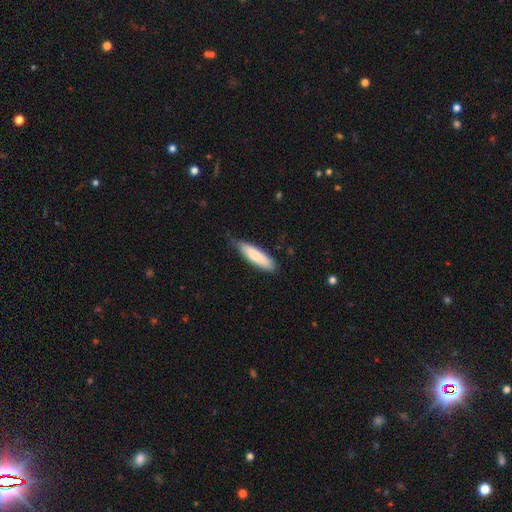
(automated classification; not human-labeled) A smooth galaxy with no disk features (81%) that is cigar-shaped (64%). Merging: none (66%).